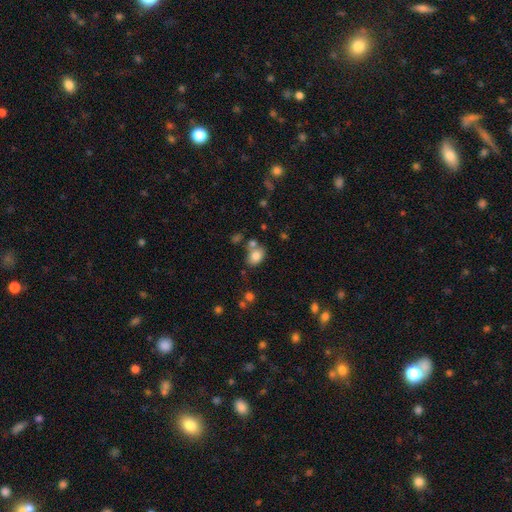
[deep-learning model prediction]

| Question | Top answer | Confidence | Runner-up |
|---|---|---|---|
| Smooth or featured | smooth | 81% | star or artifact (10%) |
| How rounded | in between | 78% | round (21%) |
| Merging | none | 58% | merger (20%) |